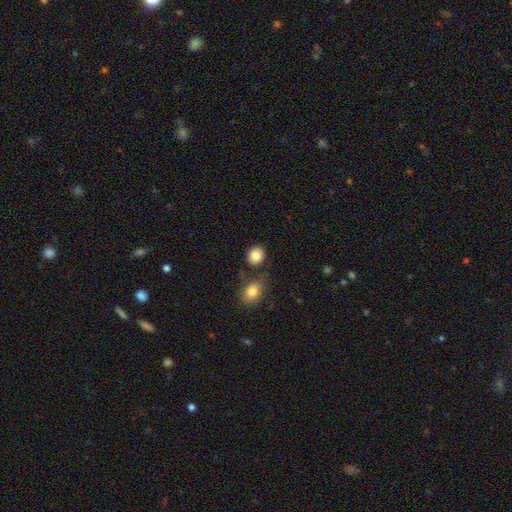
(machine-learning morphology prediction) type=smooth (85%); roundness=round (72%); merging=none (76%).